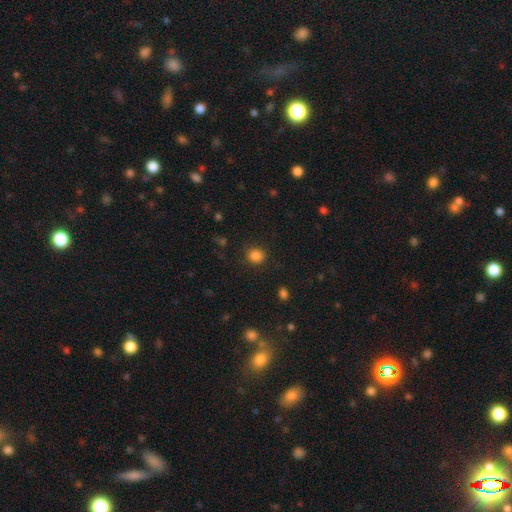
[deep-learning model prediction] Smooth or featured: smooth — 85% (star or artifact — 12%)
How rounded: round — 78% (in between — 21%)
Merging: none — 87% (minor disturbance — 9%)